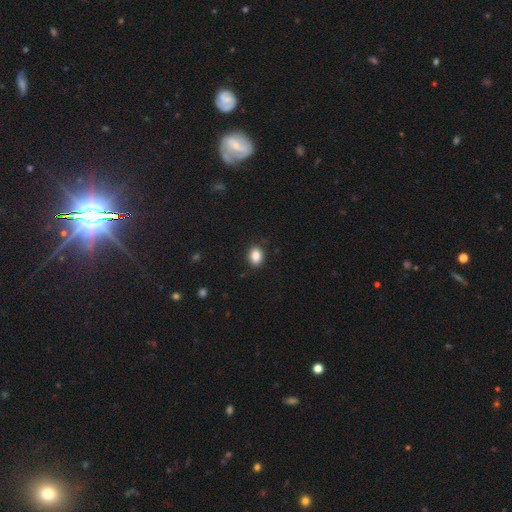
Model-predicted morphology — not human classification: This appears to be a smooth galaxy with no disk features (88%) that is in between round and cigar-shaped (73%). Merging: none (88%).